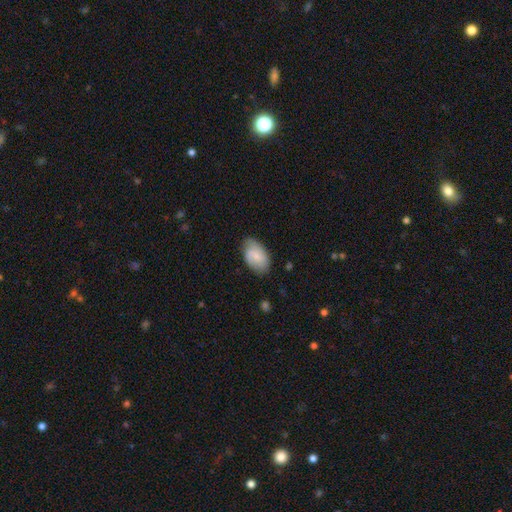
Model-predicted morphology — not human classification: Smooth or featured? Predicted: smooth (p=0.65). How rounded? Predicted: in between (p=0.92). Merging? Predicted: none (p=0.74).